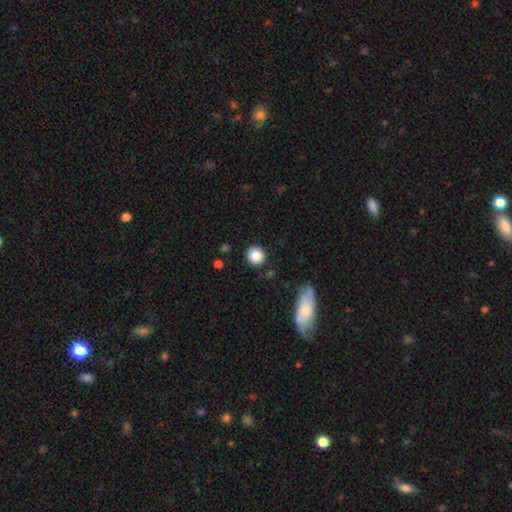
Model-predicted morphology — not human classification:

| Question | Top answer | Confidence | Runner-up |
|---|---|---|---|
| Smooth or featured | smooth | 86% | star or artifact (9%) |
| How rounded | round | 90% | in between (8%) |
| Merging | none | 85% | minor disturbance (10%) |